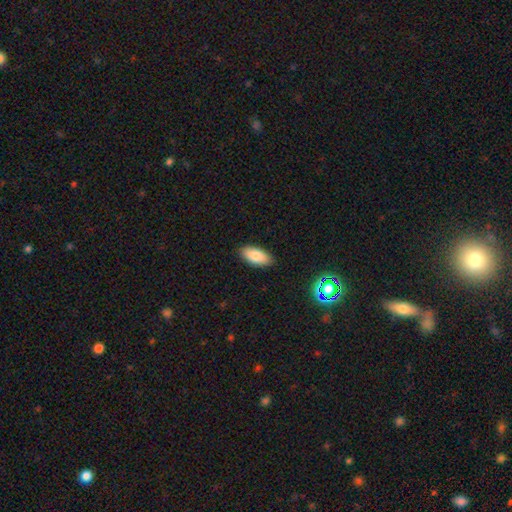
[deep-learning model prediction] A smooth galaxy with no disk features (82%) that is in between round and cigar-shaped (90%). Merging: none (88%).